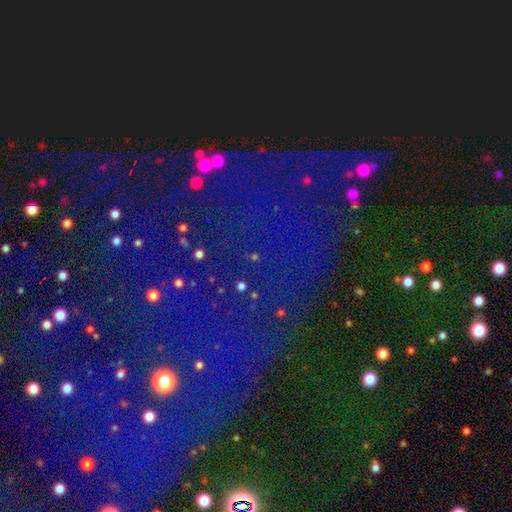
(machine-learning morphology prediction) Overall: star or artifact (82%).